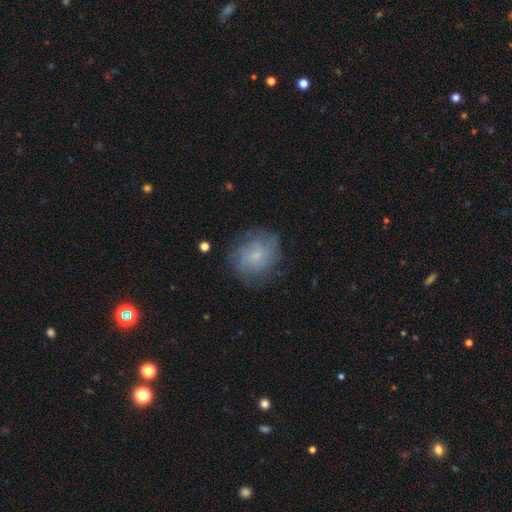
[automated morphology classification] Smooth or featured?
  - featured or disk: 47% *
  - smooth: 44%
  - star or artifact: 10%
Merging?
  - none: 71% *
  - minor disturbance: 19%
  - major disturbance: 9%
  - merger: 1%